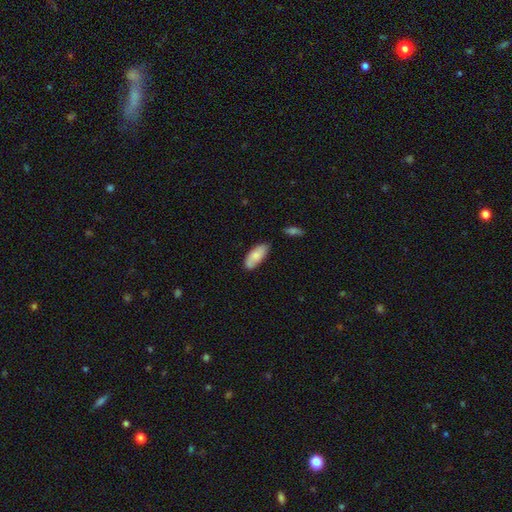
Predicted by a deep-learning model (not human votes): Smooth or featured?
  - smooth: 78% *
  - featured or disk: 16%
  - star or artifact: 6%
How rounded?
  - in between: 86% *
  - cigar-shaped: 13%
  - round: 2%
Merging?
  - none: 66% *
  - minor disturbance: 25%
  - merger: 5%
  - major disturbance: 4%